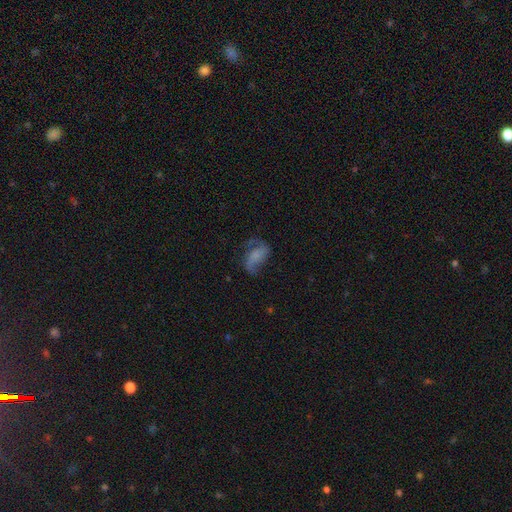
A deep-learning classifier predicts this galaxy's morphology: featured or disk 62%, smooth 28%, star or artifact 10%. Down the decision tree: edge-on disk — no (97%); bar — no (51%); spiral arms — yes (87%); spiral arm count — 2 (84%); spiral winding — loose (61%); bulge size — none (54%); merging — none (53%).